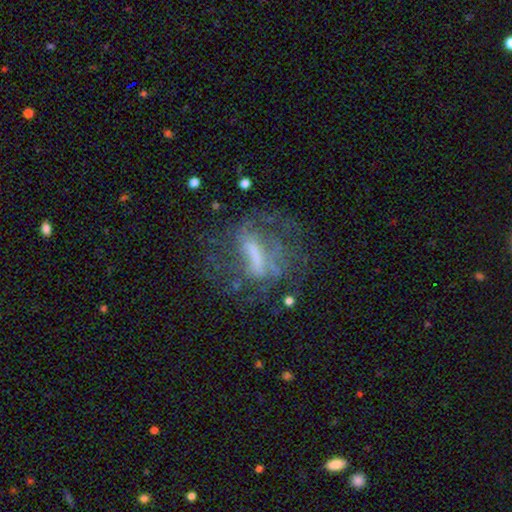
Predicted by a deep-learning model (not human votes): Morphology: type=featured or disk (68%); edge-on=no (91%); bar=strong (51%); spiral arms=yes (54%); bulge=none (38%); merging=none (47%).